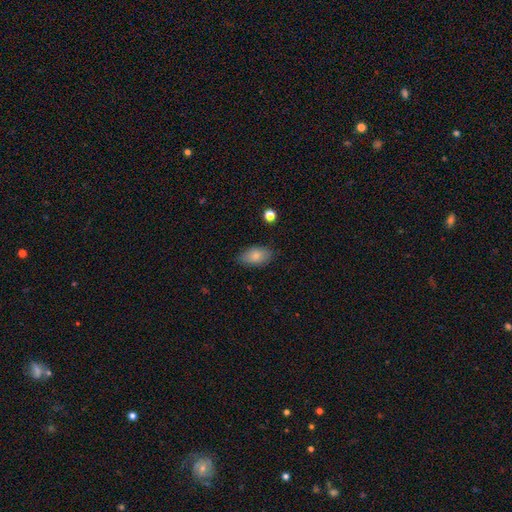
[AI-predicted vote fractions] The model was most divided on "merging": none: 82%, minor disturbance: 13%, major disturbance: 3%, merger: 1%. More confident: how rounded — in between (92%); smooth or featured — smooth (83%).